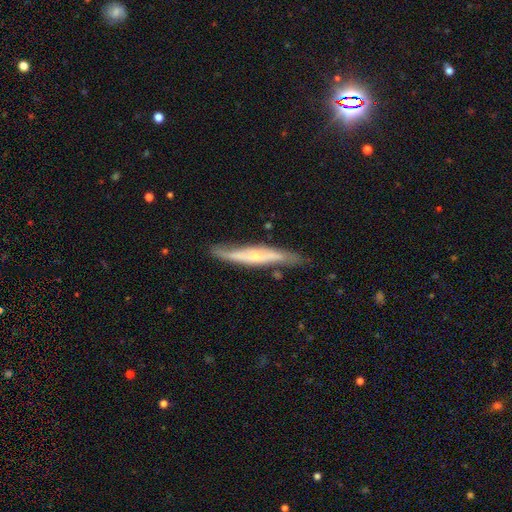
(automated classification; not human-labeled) smooth-or-featured: featured or disk: 67% | smooth: 27% | star or artifact: 6%
  disk-edge-on: yes: 78% | no: 22%
    edge-on-bulge: rounded: 67% | none: 26% | boxy: 7%
  merging: none: 74% | minor disturbance: 19% | major disturbance: 4% | merger: 3%